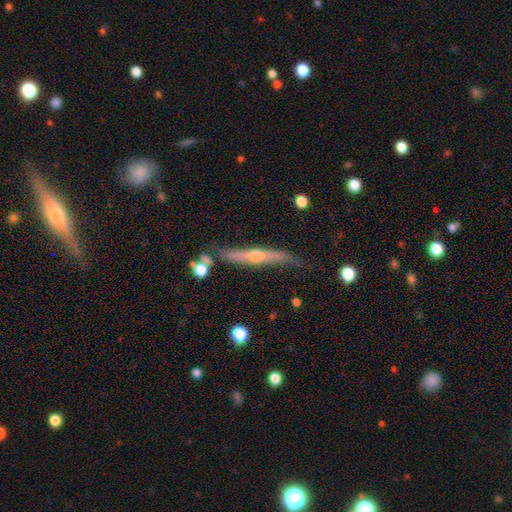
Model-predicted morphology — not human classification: smooth_or_featured: featured or disk (p=0.71) [alt: smooth p=0.21]
disk_edge_on: yes (p=0.95) [alt: no p=0.05]
edge_on_bulge: rounded (p=0.86) [alt: none p=0.11]
merging: none (p=0.77) [alt: minor disturbance p=0.16]